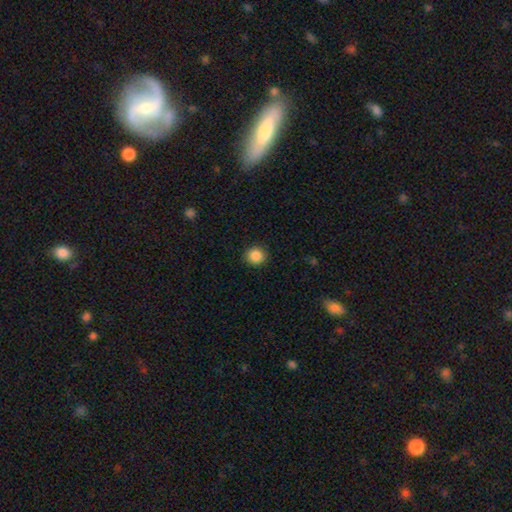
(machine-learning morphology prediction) Overall: smooth (87%). How rounded: round (90%). Merging: none (91%).